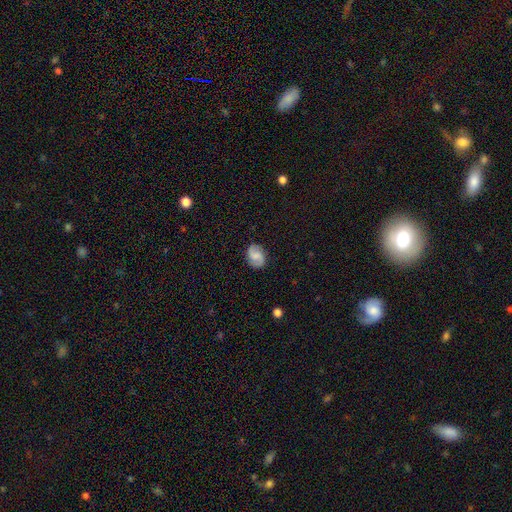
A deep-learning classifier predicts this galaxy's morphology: smooth_or_featured: featured or disk (p=0.56) [alt: smooth p=0.36]
disk_edge_on: no (p=0.98) [alt: yes p=0.02]
bar: weak (p=0.46) [alt: no p=0.43]
has_spiral_arms: yes (p=0.93) [alt: no p=0.07]
spiral_winding: medium (p=0.45) [alt: loose p=0.35]
spiral_arm_count: 2 (p=0.91) [alt: can't tell p=0.05]
bulge_size: small (p=0.32) [alt: moderate p=0.30]
merging: none (p=0.84) [alt: minor disturbance p=0.12]